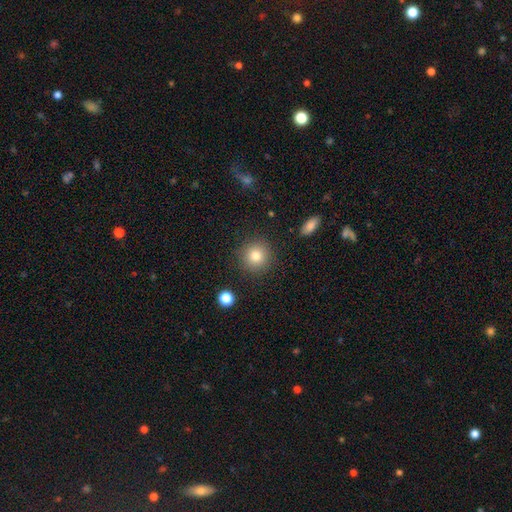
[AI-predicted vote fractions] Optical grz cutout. It shows a smooth galaxy with no disk features (81%) that is round (93%). Merging: none (89%).